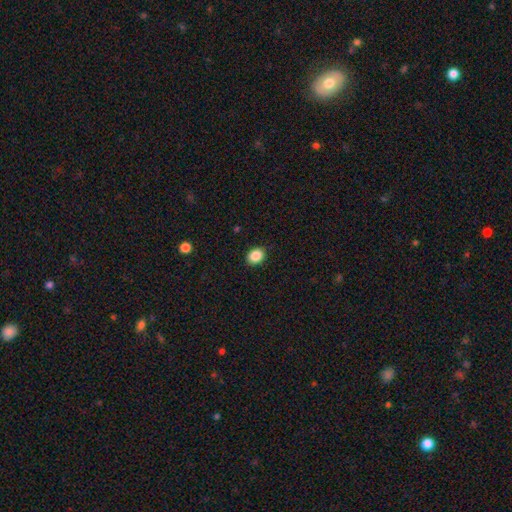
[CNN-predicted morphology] Smooth or featured? Predicted: smooth (p=0.88). How rounded? Predicted: in between (p=0.60). Merging? Predicted: none (p=0.90).